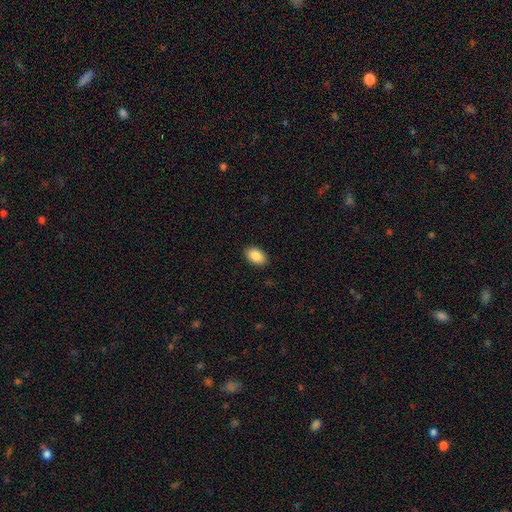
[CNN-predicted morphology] The model was most divided on "smooth or featured": smooth: 88%, star or artifact: 7%, featured or disk: 5%. More confident: how rounded — in between (91%); merging — none (89%).